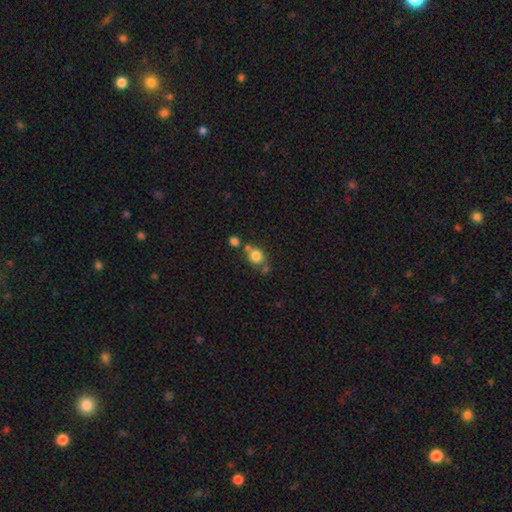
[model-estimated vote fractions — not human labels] Overall: smooth (79%). How rounded: round (81%). Merging: none (56%; merger 28%).